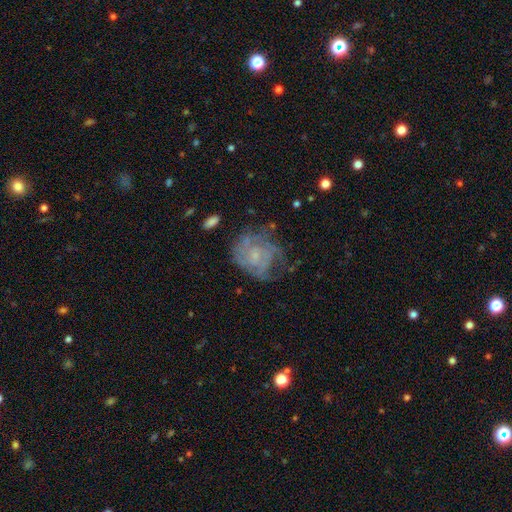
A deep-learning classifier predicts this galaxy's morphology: Smooth or featured?
  - featured or disk: 70% *
  - smooth: 20%
  - star or artifact: 9%
Edge-on disk?
  - no: 98% *
  - yes: 2%
Bar?
  - no: 74% *
  - weak: 23%
  - strong: 3%
Spiral arms?
  - yes: 77% *
  - no: 23%
Spiral winding?
  - tight: 52% *
  - medium: 35%
  - loose: 13%
Spiral arm count?
  - can't tell: 50% *
  - 3: 16%
  - 2: 15%
  - 4: 9%
  - 1: 5%
  - more than 4: 4%
Bulge size?
  - small: 64% *
  - moderate: 17%
  - none: 16%
  - large: 1%
  - dominant: 1%
Merging?
  - none: 49% *
  - minor disturbance: 25%
  - major disturbance: 23%
  - merger: 2%